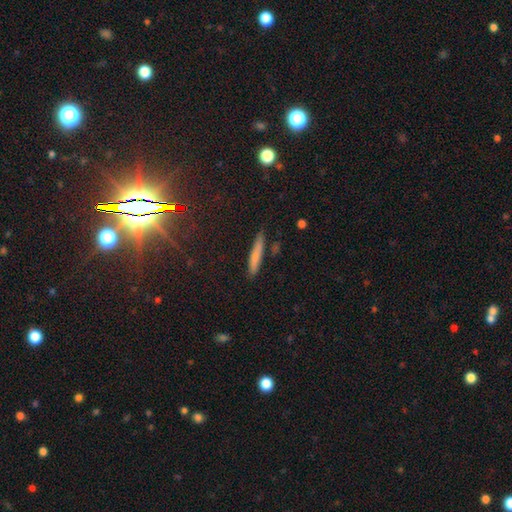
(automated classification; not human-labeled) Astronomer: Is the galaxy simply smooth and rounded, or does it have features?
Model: smooth — 71%.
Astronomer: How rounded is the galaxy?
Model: cigar-shaped — 93%.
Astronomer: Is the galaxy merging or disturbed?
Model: none — 83%.